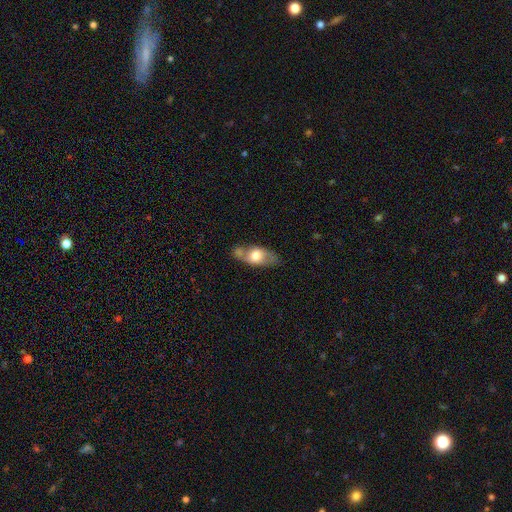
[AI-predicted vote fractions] A smooth galaxy with no disk features (60%) that is in between round and cigar-shaped (80%).

Vote fractions:
- Smooth or featured? smooth: 60% / featured or disk: 33% / star or artifact: 7%
- How rounded? in between: 80% / cigar-shaped: 12% / round: 8%
- Merging? none: 48% / minor disturbance: 22% / merger: 22% / major disturbance: 8%